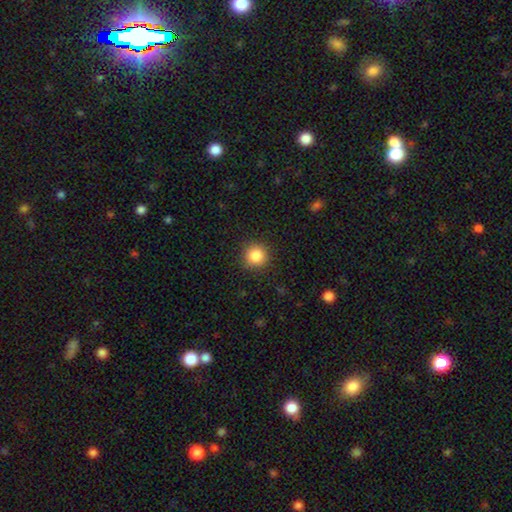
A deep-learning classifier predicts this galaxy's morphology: Q: Smooth or featured?
A: smooth (85%); runner-up: star or artifact (10%)
Q: How rounded?
A: round (94%); runner-up: in between (5%)
Q: Merging?
A: none (90%); runner-up: minor disturbance (7%)